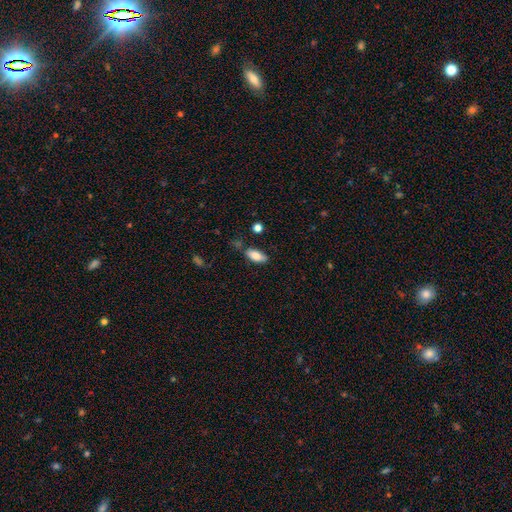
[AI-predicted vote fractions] A smooth galaxy with no disk features (82%) that is in between round and cigar-shaped (84%).

Vote fractions:
- Smooth or featured? smooth: 82% / featured or disk: 11% / star or artifact: 7%
- How rounded? in between: 84% / cigar-shaped: 13% / round: 2%
- Merging? none: 72% / minor disturbance: 19% / merger: 5% / major disturbance: 4%